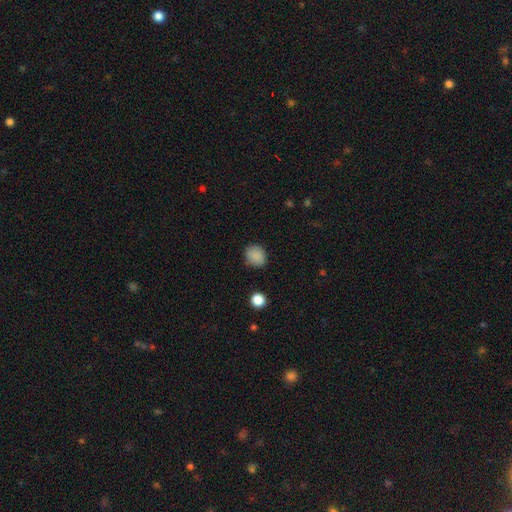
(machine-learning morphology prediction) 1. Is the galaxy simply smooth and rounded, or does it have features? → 87% smooth, 9% star or artifact, 4% featured or disk.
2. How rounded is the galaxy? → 76% round, 24% in between, 1% cigar-shaped.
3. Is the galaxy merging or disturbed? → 82% none, 13% minor disturbance, 3% major disturbance, 1% merger.